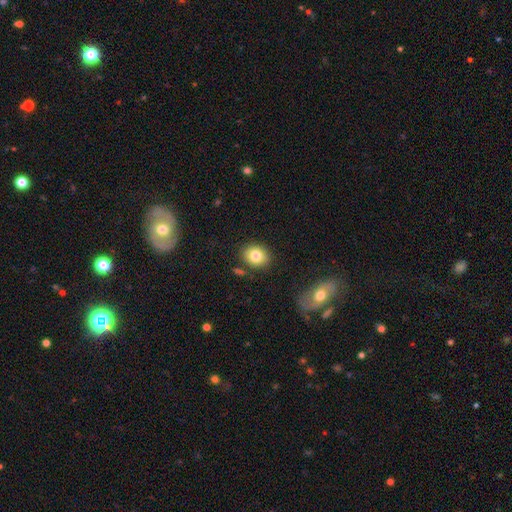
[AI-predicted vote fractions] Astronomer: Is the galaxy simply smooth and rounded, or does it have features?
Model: smooth — 81%.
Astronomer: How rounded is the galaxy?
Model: round — 53% (runner-up: in between, 46%).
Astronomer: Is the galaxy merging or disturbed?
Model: none — 82%.